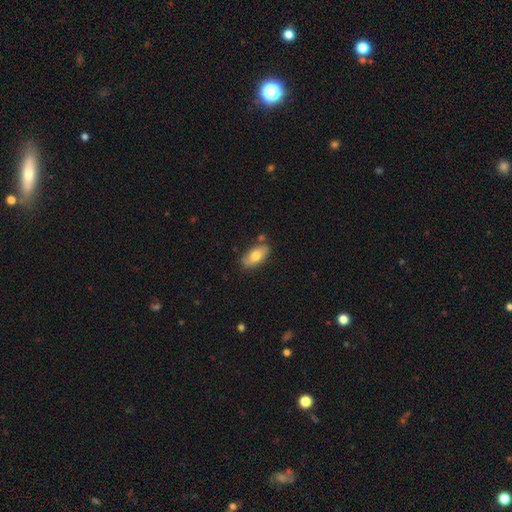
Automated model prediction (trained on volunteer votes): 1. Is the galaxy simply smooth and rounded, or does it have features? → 71% smooth, 22% featured or disk, 6% star or artifact.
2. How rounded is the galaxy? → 91% in between, 5% cigar-shaped, 4% round.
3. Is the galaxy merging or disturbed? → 79% none, 14% minor disturbance, 5% merger, 3% major disturbance.